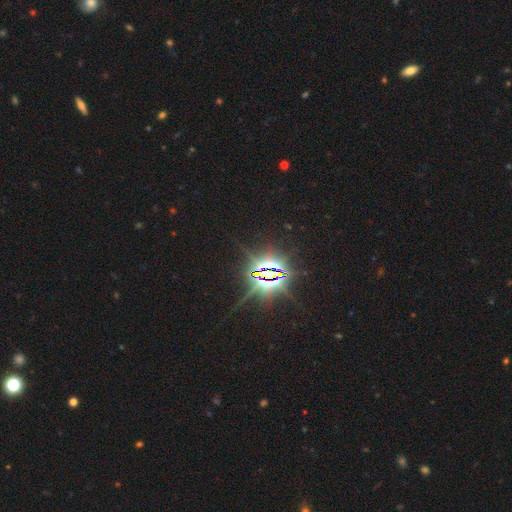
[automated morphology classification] Smooth or featured?
  - star or artifact: 87% *
  - smooth: 6%
  - featured or disk: 6%